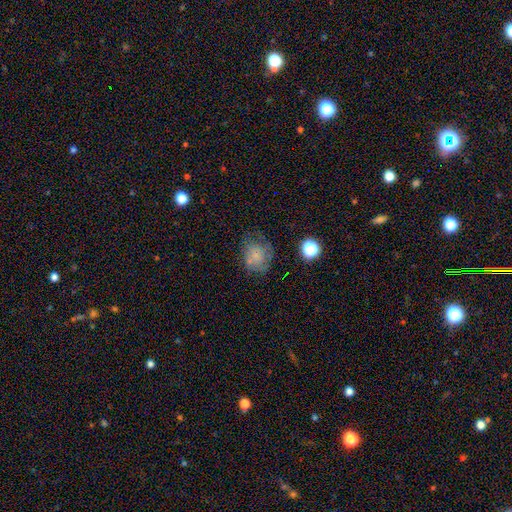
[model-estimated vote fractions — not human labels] Smooth or featured? smooth (64%)
How rounded? round (65%)
Merging? none (53%)